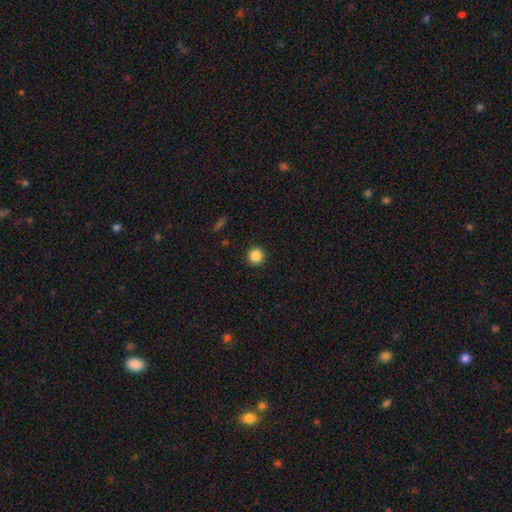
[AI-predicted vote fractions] Smooth or featured?
  - smooth: 87% *
  - star or artifact: 10%
  - featured or disk: 3%
How rounded?
  - round: 96% *
  - in between: 3%
  - cigar-shaped: 1%
Merging?
  - none: 93% *
  - minor disturbance: 5%
  - major disturbance: 2%
  - merger: 1%